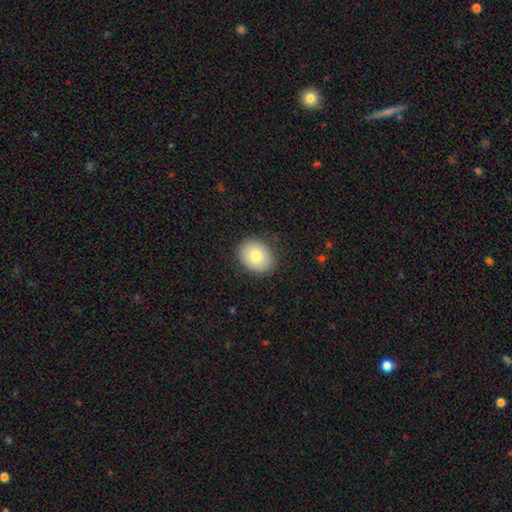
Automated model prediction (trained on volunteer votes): smooth 79%, featured or disk 13%, star or artifact 8%. Down the decision tree: how rounded — round (52%); merging — none (86%).